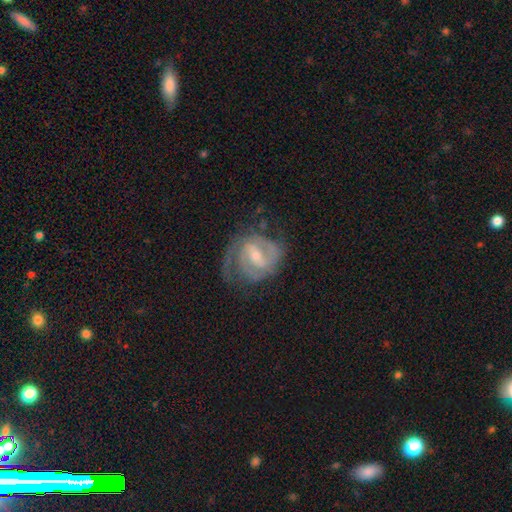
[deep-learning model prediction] featured or disk 88%, smooth 7%, star or artifact 5%. Down the decision tree: edge-on disk — no (98%); bar — weak (54%); spiral arms — yes (96%); spiral arm count — 2 (63%); spiral winding — tight (53%); bulge size — small (56%); merging — none (64%).